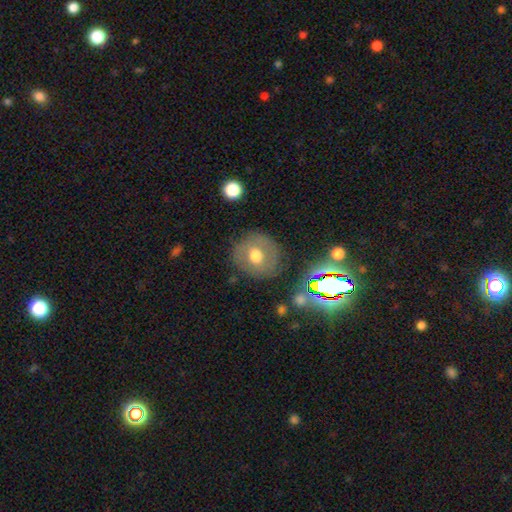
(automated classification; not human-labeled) smooth 57%, featured or disk 32%, star or artifact 11%. Down the decision tree: how rounded — round (85%); merging — none (80%).